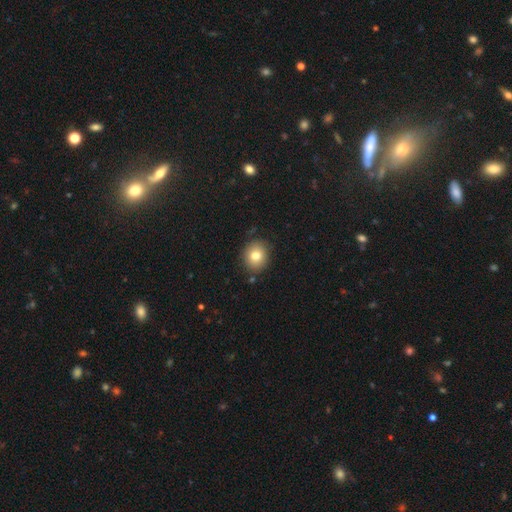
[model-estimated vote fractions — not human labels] A smooth galaxy with no disk features (78%) that is round (75%).

Vote fractions:
- Smooth or featured? smooth: 78% / featured or disk: 11% / star or artifact: 11%
- How rounded? round: 75% / in between: 24% / cigar-shaped: 1%
- Merging? none: 86% / minor disturbance: 9% / major disturbance: 2% / merger: 2%